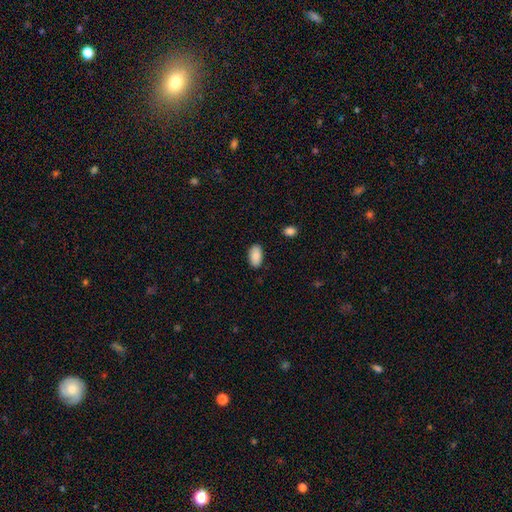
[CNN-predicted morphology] The model was most divided on "merging": none: 86%, minor disturbance: 10%, major disturbance: 2%, merger: 1%. More confident: how rounded — in between (95%); smooth or featured — smooth (88%).